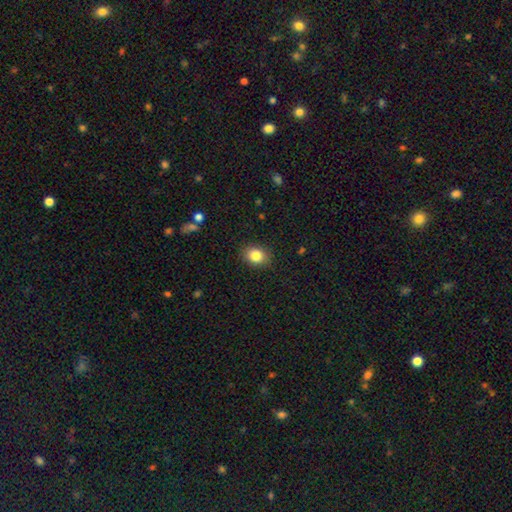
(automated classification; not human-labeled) Morphology: type=smooth (84%); roundness=in between (52%); merging=none (88%).